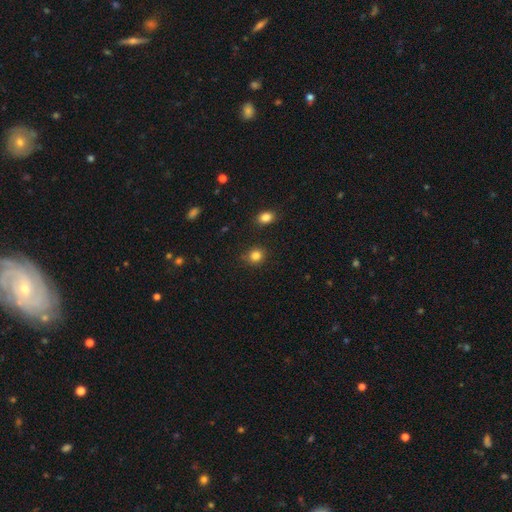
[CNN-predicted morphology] The model was most divided on "how rounded": round: 83%, in between: 16%, cigar-shaped: 1%. More confident: smooth or featured — smooth (83%); merging — none (83%).